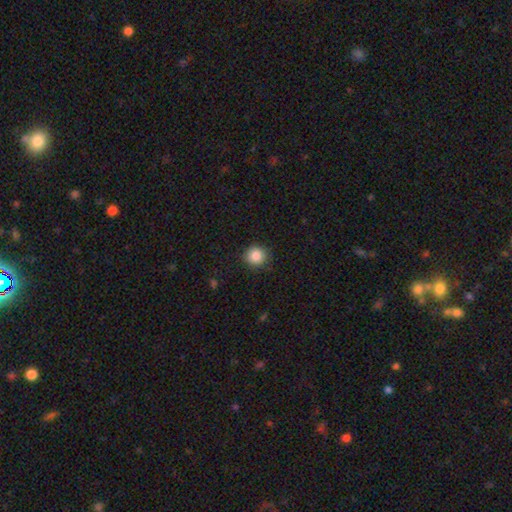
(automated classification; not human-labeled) Smooth or featured? Predicted: smooth (p=0.87). How rounded? Predicted: round (p=0.91). Merging? Predicted: none (p=0.87).